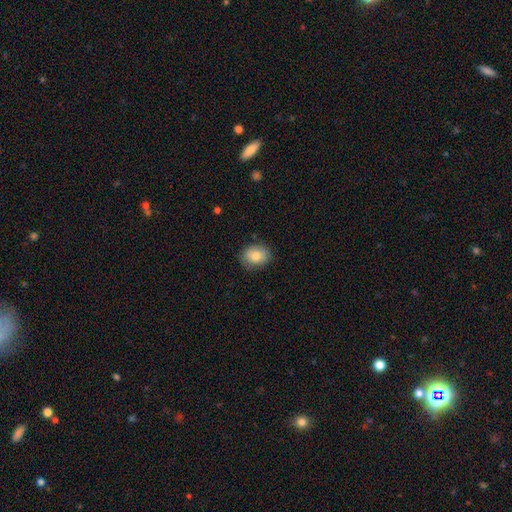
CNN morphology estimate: Smooth or featured? Predicted: smooth (p=0.81). How rounded? Predicted: in between (p=0.54). Merging? Predicted: none (p=0.81).